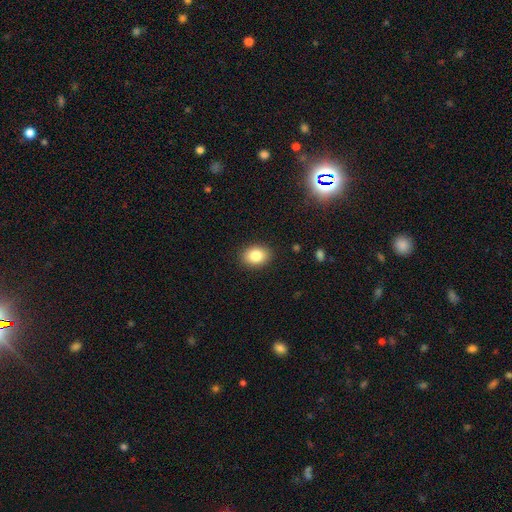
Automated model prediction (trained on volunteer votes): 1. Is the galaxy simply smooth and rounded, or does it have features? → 83% smooth, 9% star or artifact, 8% featured or disk.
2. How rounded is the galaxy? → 65% in between, 34% round, 1% cigar-shaped.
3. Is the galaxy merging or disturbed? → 89% none, 8% minor disturbance, 2% major disturbance, 1% merger.